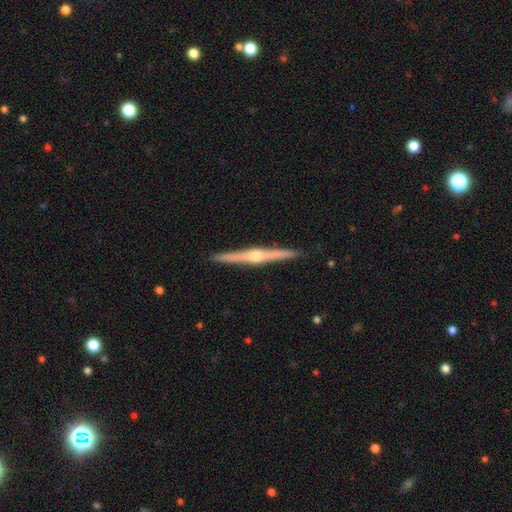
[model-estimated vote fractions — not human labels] The model was most divided on "smooth or featured": featured or disk: 82%, smooth: 13%, star or artifact: 5%. More confident: edge-on disk — yes (98%); merging — none (92%); edge-on bulge — rounded (87%).